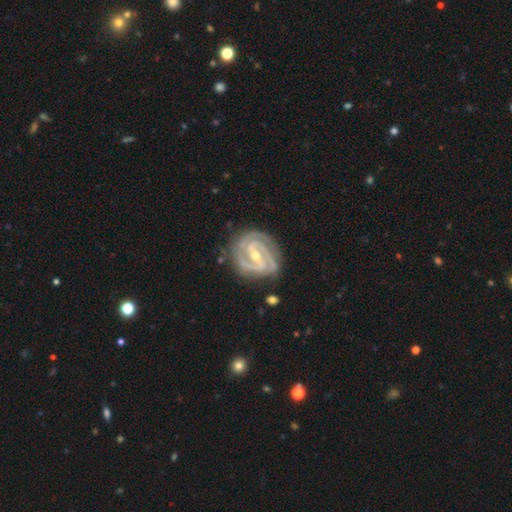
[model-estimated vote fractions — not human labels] smooth_or_featured: featured or disk (p=0.92) [alt: star or artifact p=0.04]
disk_edge_on: no (p=0.97) [alt: yes p=0.03]
bar: strong (p=0.49) [alt: weak p=0.36]
has_spiral_arms: yes (p=0.99) [alt: no p=0.01]
spiral_winding: tight (p=0.70) [alt: medium p=0.27]
spiral_arm_count: 2 (p=0.52) [alt: 3 p=0.29]
bulge_size: small (p=0.54) [alt: moderate p=0.43]
merging: none (p=0.78) [alt: minor disturbance p=0.16]